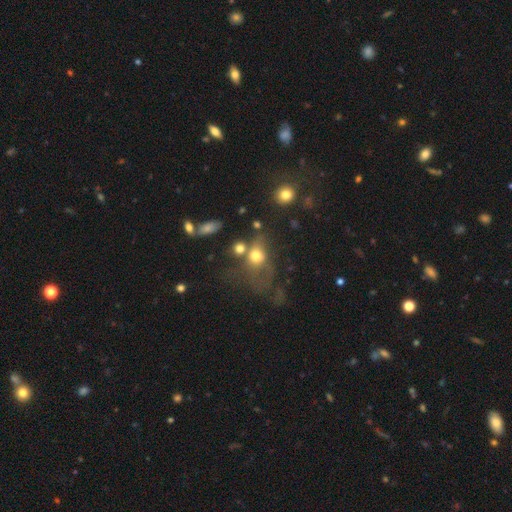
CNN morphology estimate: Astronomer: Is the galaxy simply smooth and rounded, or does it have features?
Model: smooth — 66%.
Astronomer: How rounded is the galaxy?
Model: round — 51% (runner-up: in between, 46%).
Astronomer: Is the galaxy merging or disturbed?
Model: major disturbance — 35% (runner-up: merger, 26%).